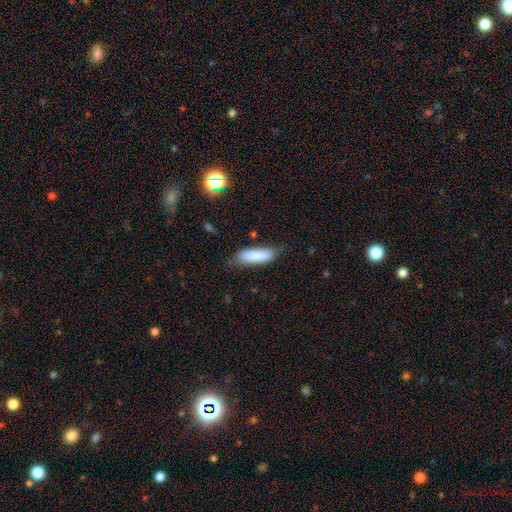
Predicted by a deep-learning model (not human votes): Q: Smooth or featured?
A: smooth (85%); runner-up: featured or disk (9%)
Q: How rounded?
A: cigar-shaped (55%); runner-up: in between (43%)
Q: Merging?
A: none (74%); runner-up: minor disturbance (20%)